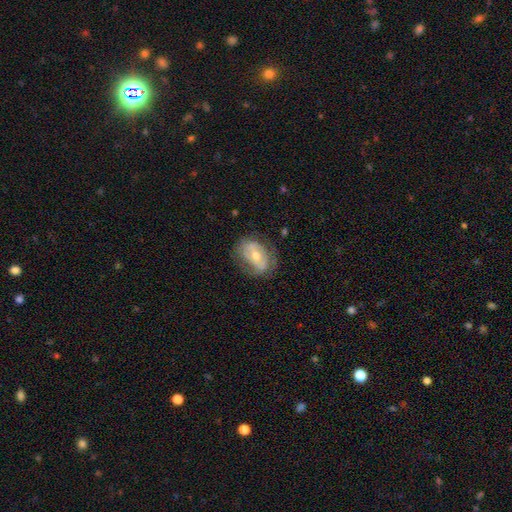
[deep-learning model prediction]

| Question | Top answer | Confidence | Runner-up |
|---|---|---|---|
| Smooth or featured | featured or disk | 58% | smooth (35%) |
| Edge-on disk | no | 94% | yes (6%) |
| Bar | no | 39% | weak (38%) |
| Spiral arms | yes | 56% | no (44%) |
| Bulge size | moderate | 58% | small (35%) |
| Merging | none | 64% | minor disturbance (23%) |